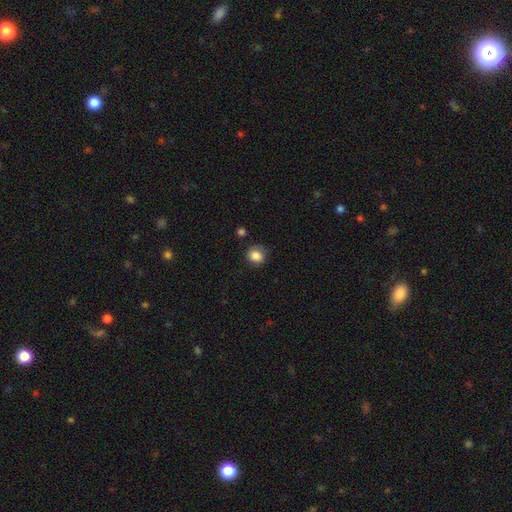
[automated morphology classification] smooth-or-featured: smooth: 85% | star or artifact: 10% | featured or disk: 5%
  how-rounded: round: 75% | in between: 24% | cigar-shaped: 1%
  merging: none: 81% | minor disturbance: 13% | major disturbance: 3% | merger: 2%